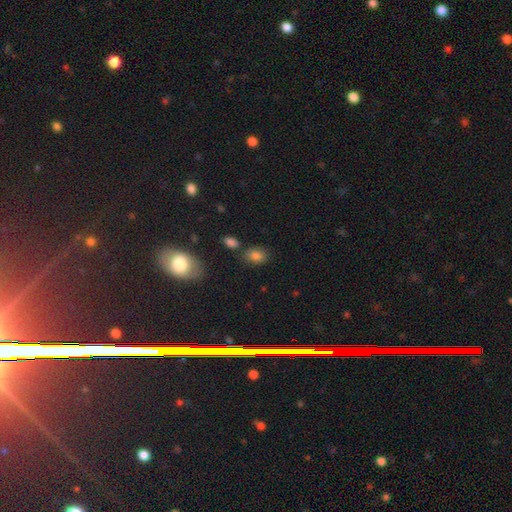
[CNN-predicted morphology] smooth-or-featured: smooth: 82% | star or artifact: 12% | featured or disk: 6%
  how-rounded: in between: 76% | round: 22% | cigar-shaped: 2%
  merging: none: 70% | minor disturbance: 16% | merger: 10% | major disturbance: 4%